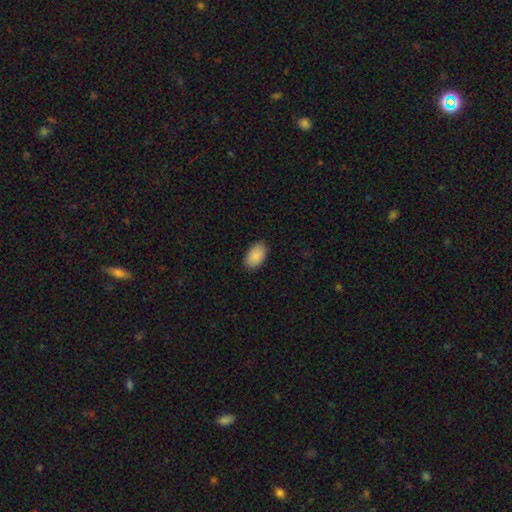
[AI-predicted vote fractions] smooth-or-featured: smooth: 90% | star or artifact: 6% | featured or disk: 4%
  how-rounded: in between: 94% | round: 5% | cigar-shaped: 1%
  merging: none: 88% | minor disturbance: 10% | major disturbance: 2% | merger: 1%